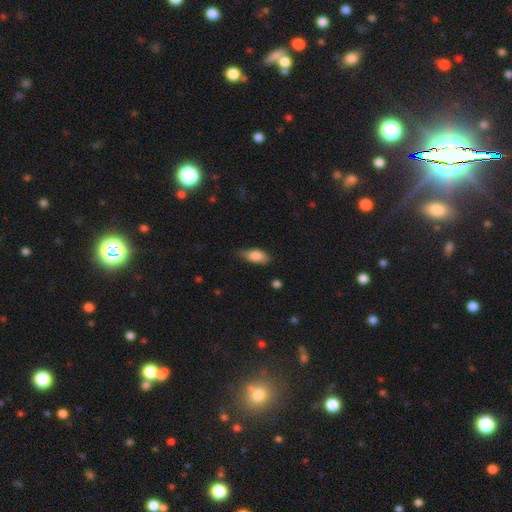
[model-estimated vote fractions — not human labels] This is clearly a smooth galaxy (84%). How rounded: clearly in between (84%). Merging: likely none (68%).